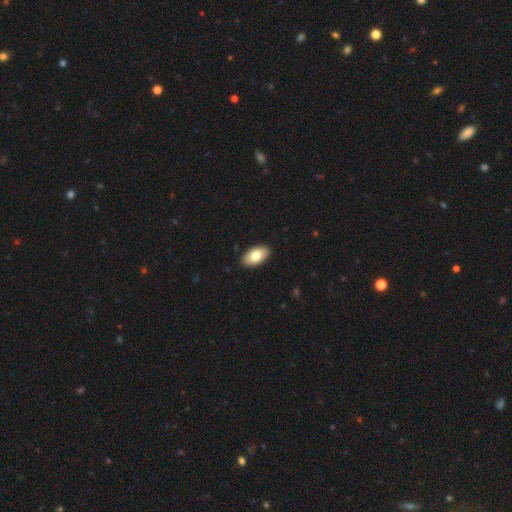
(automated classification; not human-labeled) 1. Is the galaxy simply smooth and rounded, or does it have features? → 78% smooth, 16% featured or disk, 6% star or artifact.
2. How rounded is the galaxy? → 95% in between, 4% round, 2% cigar-shaped.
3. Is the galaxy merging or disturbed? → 90% none, 7% minor disturbance, 2% major disturbance, 1% merger.